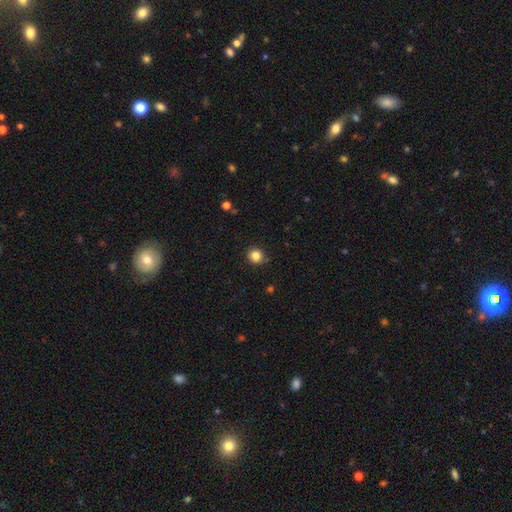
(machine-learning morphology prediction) smooth 84%, star or artifact 11%, featured or disk 4%. Down the decision tree: how rounded — round (93%); merging — none (90%).